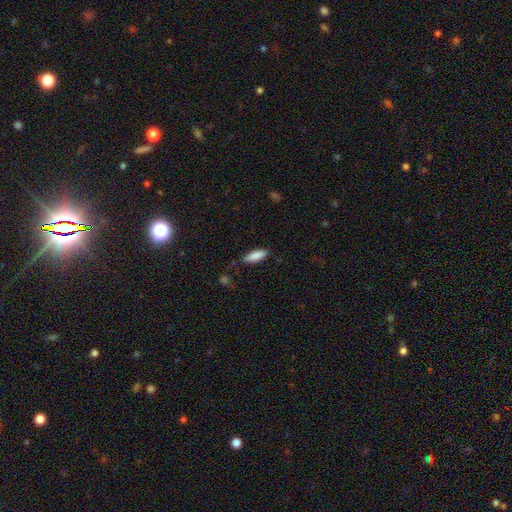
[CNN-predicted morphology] Smooth or featured? smooth (87%)
How rounded? in between (58%)
Merging? none (82%)